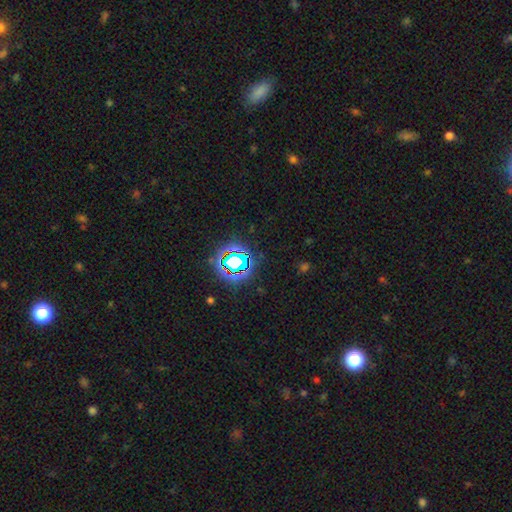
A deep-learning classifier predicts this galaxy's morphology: The model was most divided on "smooth or featured": star or artifact: 77%, smooth: 15%, featured or disk: 8%.